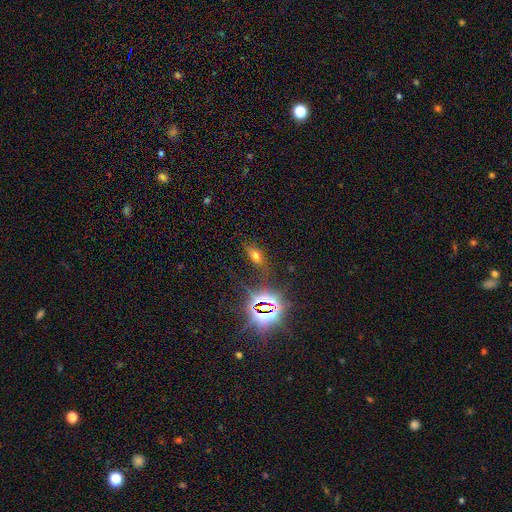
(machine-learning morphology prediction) Overall: smooth (51%; star or artifact 35%). How rounded: in between (78%). Merging: none (78%).